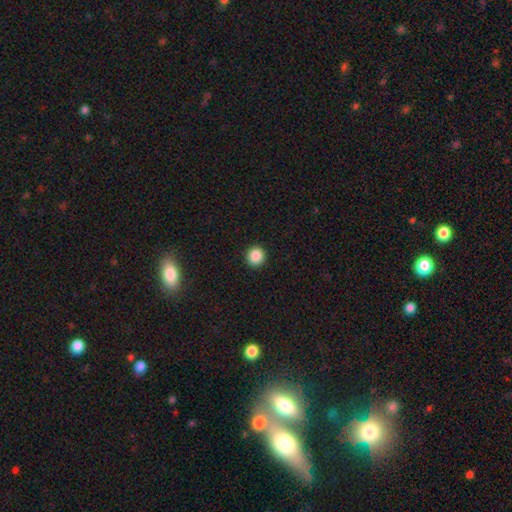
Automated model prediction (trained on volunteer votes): Q: Smooth or featured?
A: smooth (87%); runner-up: star or artifact (10%)
Q: How rounded?
A: round (94%); runner-up: in between (5%)
Q: Merging?
A: none (93%); runner-up: minor disturbance (4%)